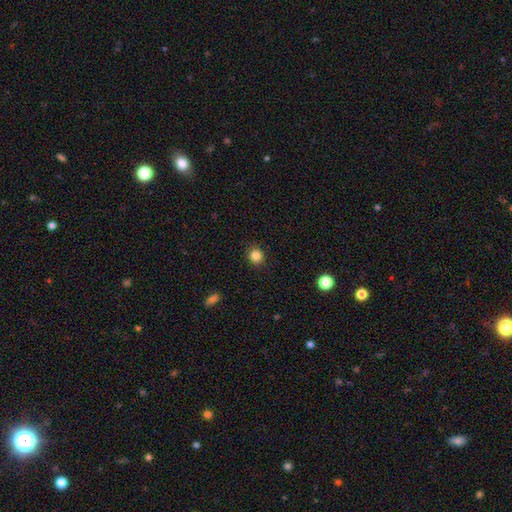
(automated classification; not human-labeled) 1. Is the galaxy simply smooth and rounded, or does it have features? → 86% smooth, 11% star or artifact, 3% featured or disk.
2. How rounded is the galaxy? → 84% round, 15% in between, 1% cigar-shaped.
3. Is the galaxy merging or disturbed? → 89% none, 7% minor disturbance, 2% major disturbance, 1% merger.